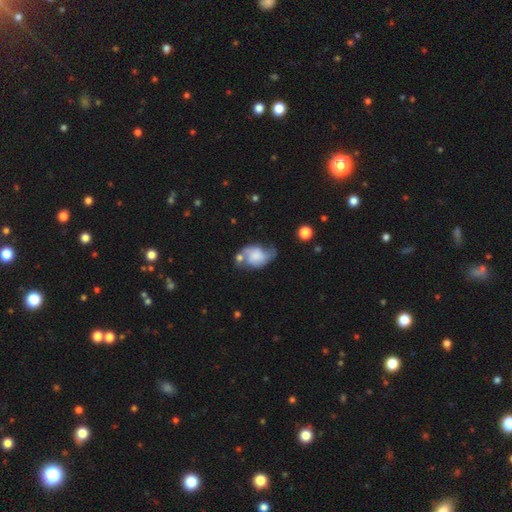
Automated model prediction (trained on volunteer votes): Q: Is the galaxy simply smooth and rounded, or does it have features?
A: featured or disk — 60%.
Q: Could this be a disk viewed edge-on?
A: no — 97%.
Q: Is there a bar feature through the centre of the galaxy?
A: no — 68%.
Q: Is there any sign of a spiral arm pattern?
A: yes — 84%.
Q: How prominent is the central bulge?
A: none — 35%.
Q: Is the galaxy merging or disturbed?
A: none — 36%.